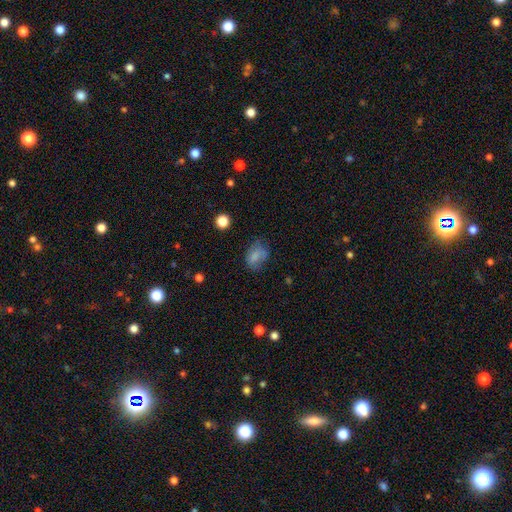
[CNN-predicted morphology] Smooth or featured? Predicted: smooth (p=0.76). How rounded? Predicted: in between (p=0.75). Merging? Predicted: none (p=0.54).